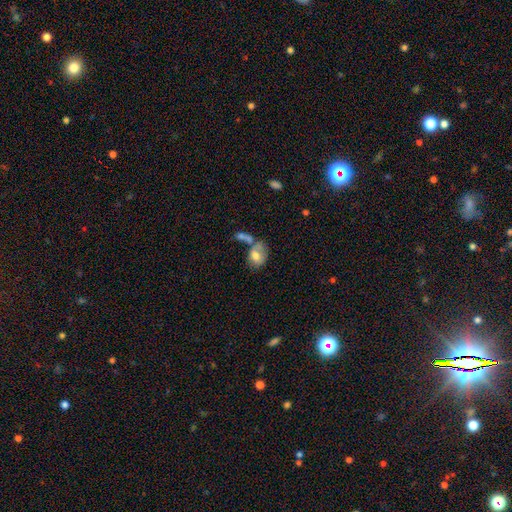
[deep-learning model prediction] smooth-or-featured: smooth: 69% | featured or disk: 23% | star or artifact: 7%
  how-rounded: in between: 70% | round: 28% | cigar-shaped: 2%
  merging: merger: 39% | none: 28% | major disturbance: 16% | minor disturbance: 16%